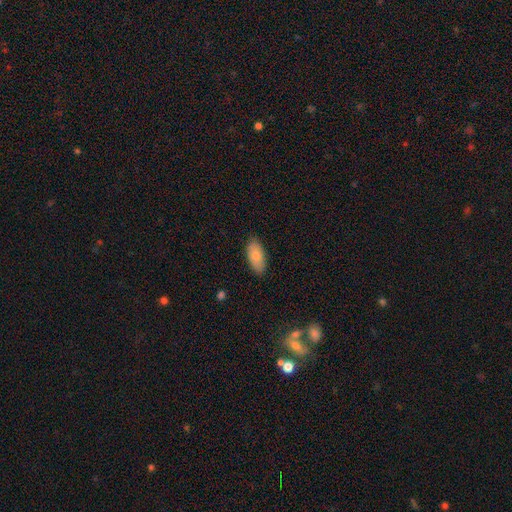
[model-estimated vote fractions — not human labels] Morphology: type=smooth (80%); roundness=in between (91%); merging=none (86%).